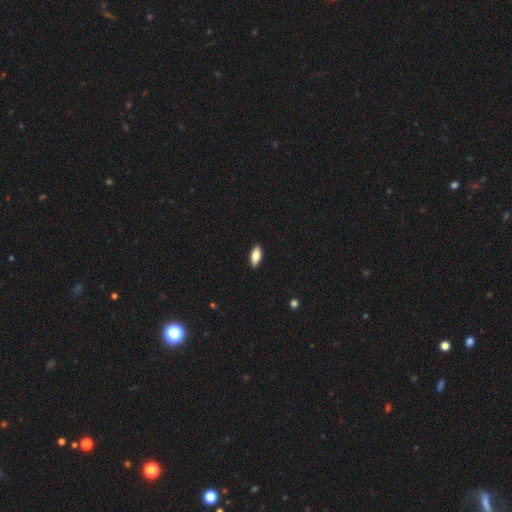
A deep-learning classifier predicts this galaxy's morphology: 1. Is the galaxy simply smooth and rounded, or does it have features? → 79% smooth, 15% featured or disk, 6% star or artifact.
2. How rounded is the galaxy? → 82% in between, 15% cigar-shaped, 2% round.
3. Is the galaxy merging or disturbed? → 91% none, 7% minor disturbance, 1% major disturbance, 1% merger.